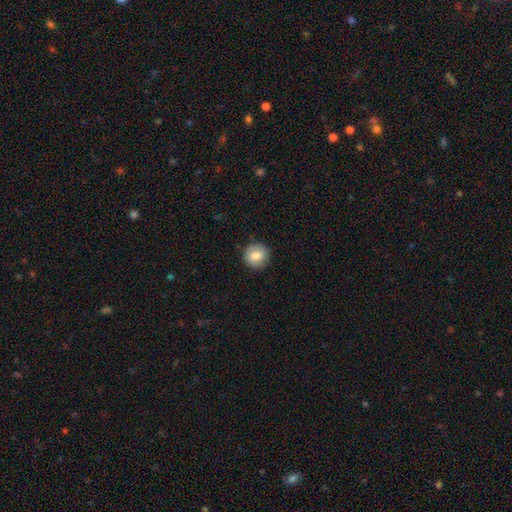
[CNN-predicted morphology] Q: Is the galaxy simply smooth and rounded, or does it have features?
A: smooth — 79%.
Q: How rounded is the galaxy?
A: round — 92%.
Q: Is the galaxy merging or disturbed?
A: none — 89%.